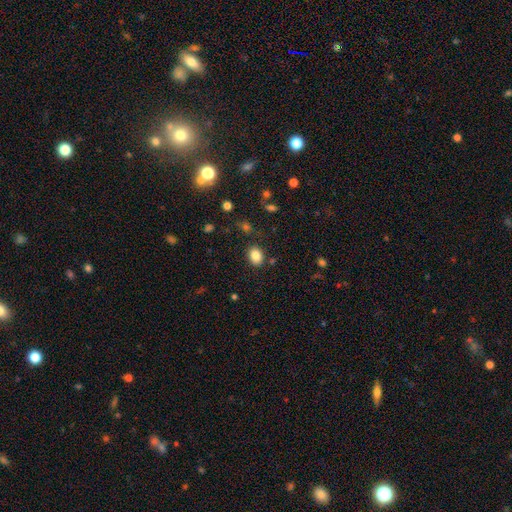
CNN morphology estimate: Smooth or featured: smooth — 84% (star or artifact — 10%)
How rounded: in between — 59% (round — 40%)
Merging: none — 84% (minor disturbance — 10%)